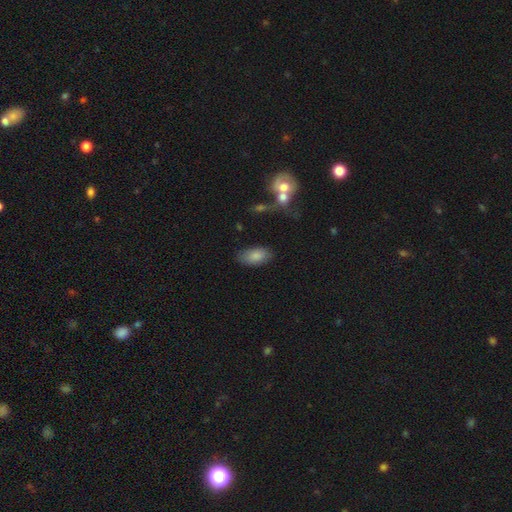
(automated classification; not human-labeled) smooth_or_featured: smooth (p=0.84) [alt: featured or disk p=0.08]
how_rounded: in between (p=0.93) [alt: cigar-shaped p=0.04]
merging: none (p=0.80) [alt: minor disturbance p=0.14]